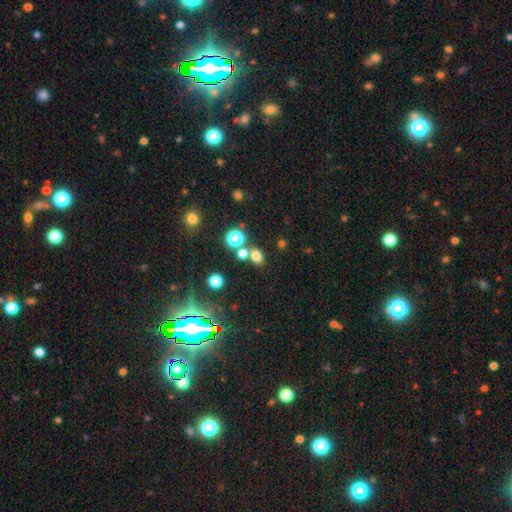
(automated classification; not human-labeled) Q: Smooth or featured?
A: smooth (72%); runner-up: star or artifact (20%)
Q: How rounded?
A: in between (55%); runner-up: round (44%)
Q: Merging?
A: none (67%); runner-up: merger (18%)